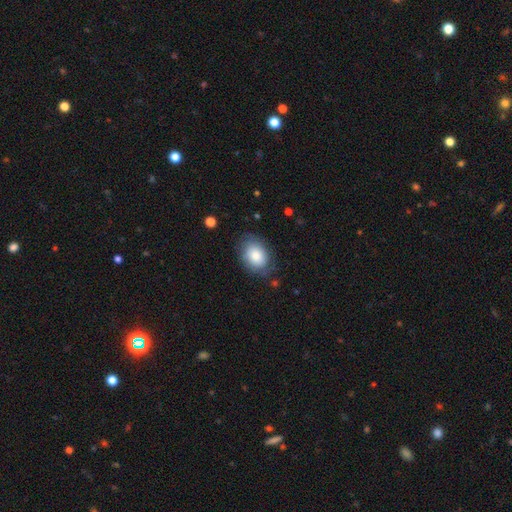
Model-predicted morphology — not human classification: The model was most divided on "how rounded": in between: 73%, round: 26%, cigar-shaped: 1%. More confident: smooth or featured — smooth (81%); merging — none (75%).